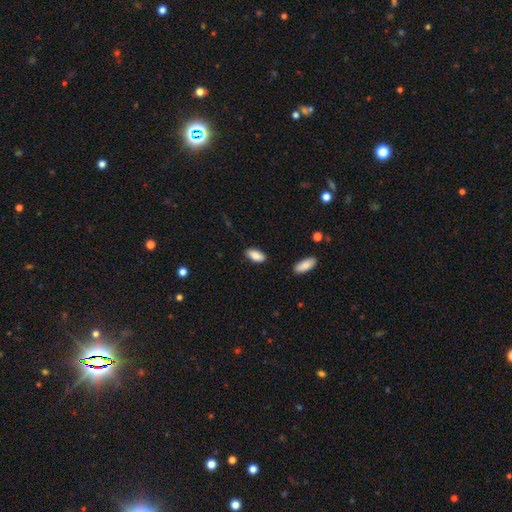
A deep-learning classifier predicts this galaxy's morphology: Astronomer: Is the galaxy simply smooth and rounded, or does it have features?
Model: smooth — 87%.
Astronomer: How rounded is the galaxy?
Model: in between — 90%.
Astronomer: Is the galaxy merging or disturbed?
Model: none — 86%.